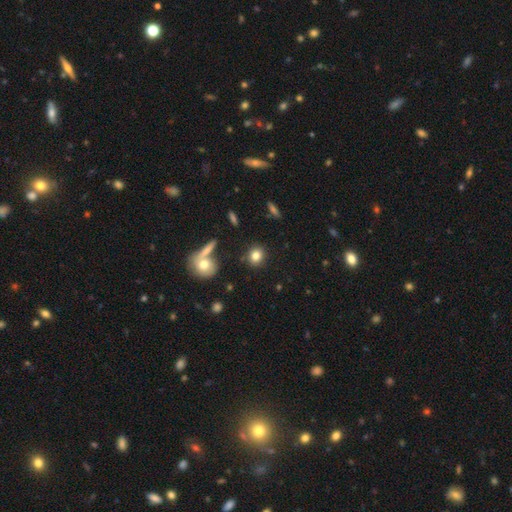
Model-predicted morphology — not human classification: Overall: smooth (81%). How rounded: round (77%). Merging: none (84%).